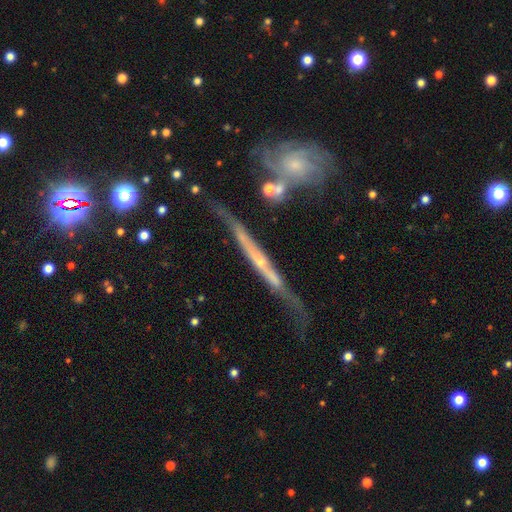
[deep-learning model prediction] Smooth or featured? featured or disk (75%)
Edge-on disk? yes (91%)
Edge-on bulge? none (52%)
Merging? none (68%)